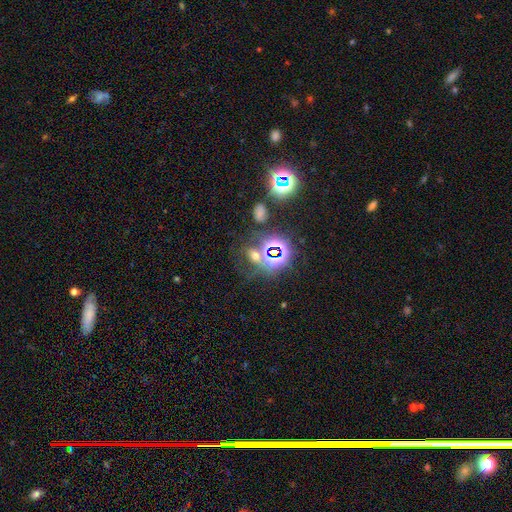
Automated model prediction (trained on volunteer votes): Smooth or featured?
  - star or artifact: 56% *
  - smooth: 31%
  - featured or disk: 13%